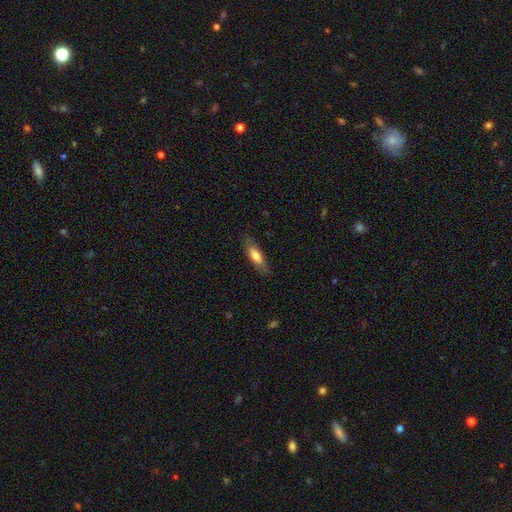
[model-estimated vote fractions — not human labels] Overall: smooth (65%; featured or disk 29%). How rounded: in between (53%; cigar-shaped 45%). Merging: none (80%).